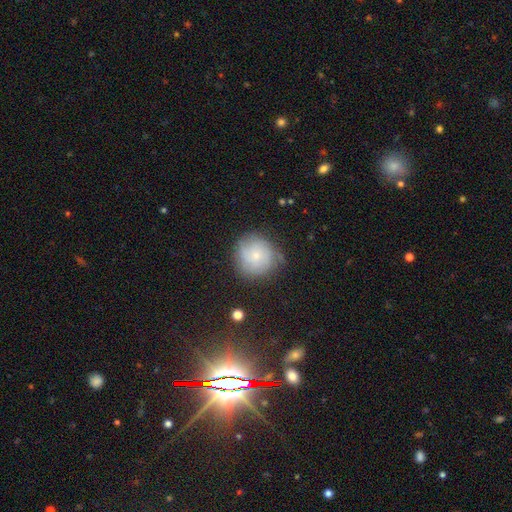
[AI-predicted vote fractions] Smooth or featured? Predicted: smooth (p=0.57). How rounded? Predicted: round (p=0.91). Merging? Predicted: none (p=0.70).